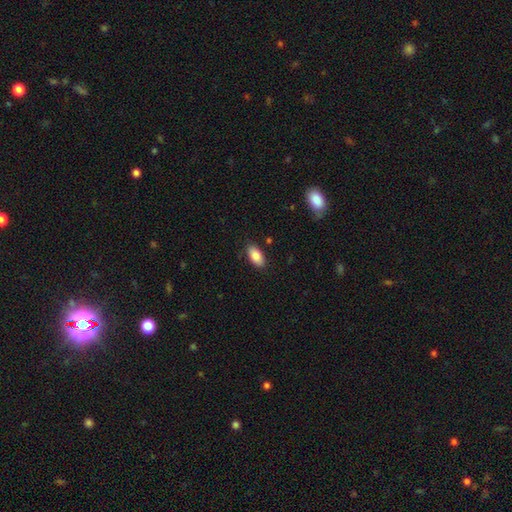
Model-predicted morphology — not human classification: The model was most divided on "merging": none: 85%, minor disturbance: 11%, major disturbance: 2%, merger: 1%. More confident: how rounded — in between (93%); smooth or featured — smooth (85%).